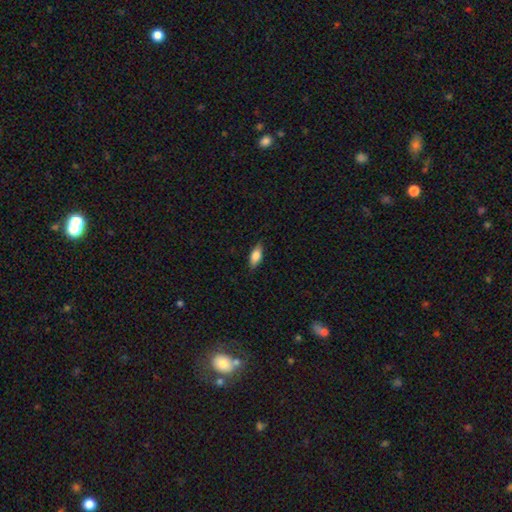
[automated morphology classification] smooth 78%, featured or disk 15%, star or artifact 7%. Down the decision tree: how rounded — in between (79%); merging — none (85%).